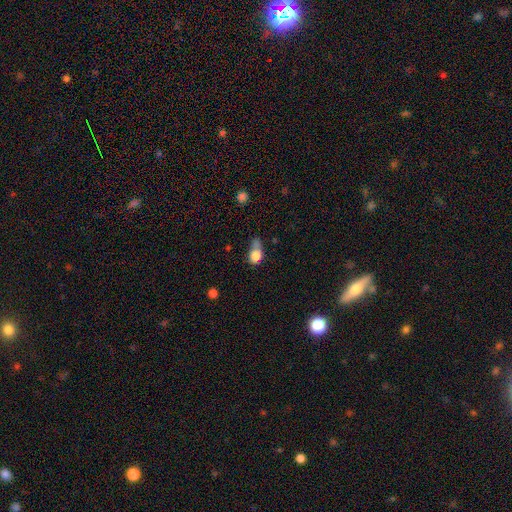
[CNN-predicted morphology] This is likely a smooth galaxy (80%). How rounded: possibly in between (50%). Merging: marginally none (29%).